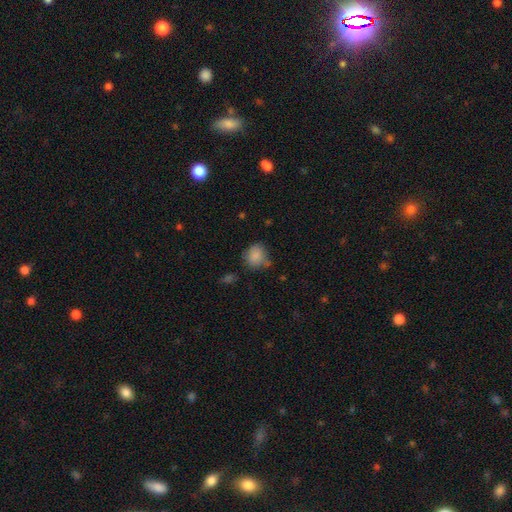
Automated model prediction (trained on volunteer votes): This appears to be a smooth galaxy with no disk features (84%) that is round (73%). Merging: none (63%).